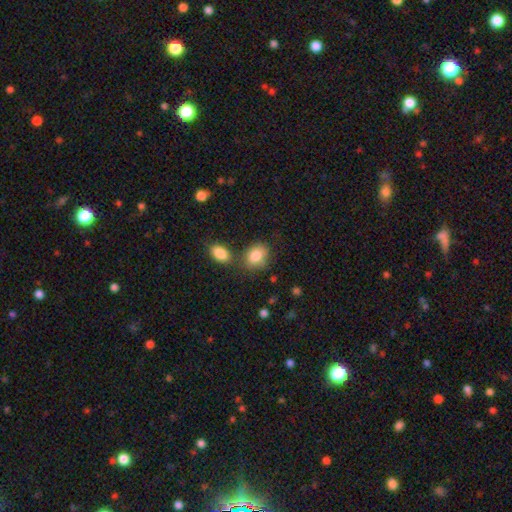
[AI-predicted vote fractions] Overall: smooth (85%). How rounded: in between (69%; round 30%). Merging: none (59%).